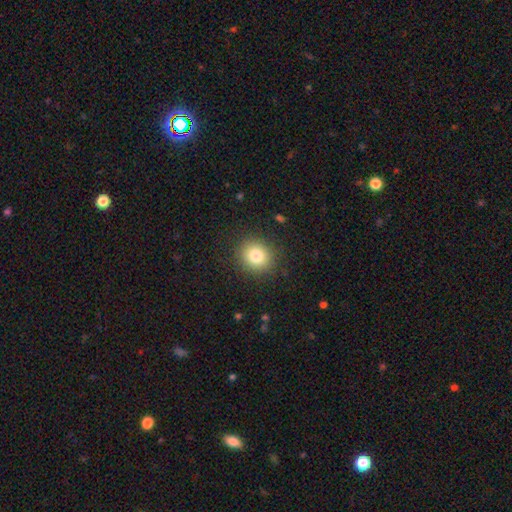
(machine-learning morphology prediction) Smooth or featured? smooth (81%)
How rounded? round (85%)
Merging? none (90%)